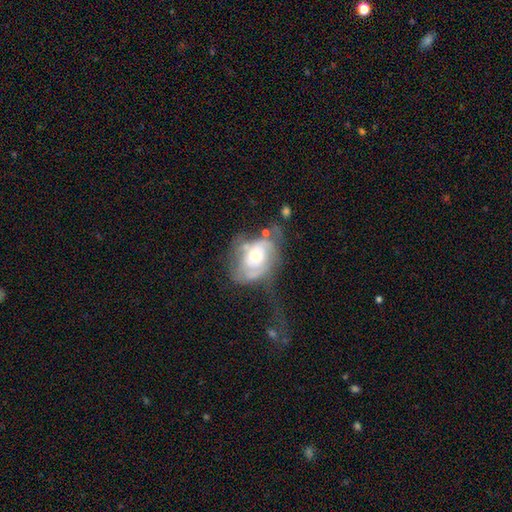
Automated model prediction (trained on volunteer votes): smooth-or-featured: featured or disk: 68% | smooth: 25% | star or artifact: 7%
  disk-edge-on: no: 96% | yes: 4%
    bar: no: 78% | weak: 18% | strong: 4%
    has-spiral-arms: yes: 69% | no: 31%
    bulge-size: moderate: 60% | small: 30% | large: 8% | dominant: 1% | none: 1%
  merging: major disturbance: 35% | none: 31% | minor disturbance: 24% | merger: 10%